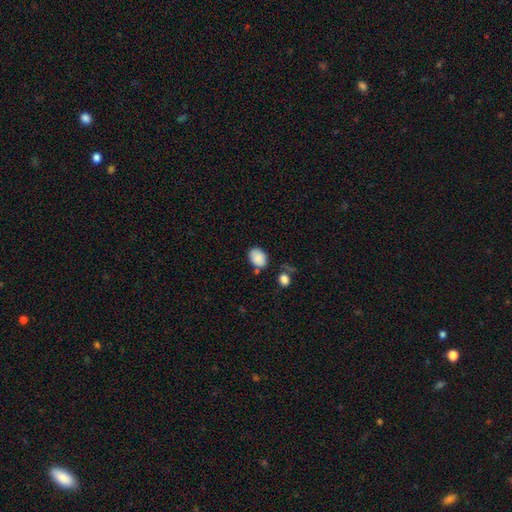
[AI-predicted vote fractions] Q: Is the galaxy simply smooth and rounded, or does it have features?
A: smooth — 87%.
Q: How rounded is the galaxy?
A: in between — 74%.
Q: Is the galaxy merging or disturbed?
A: none — 68%.